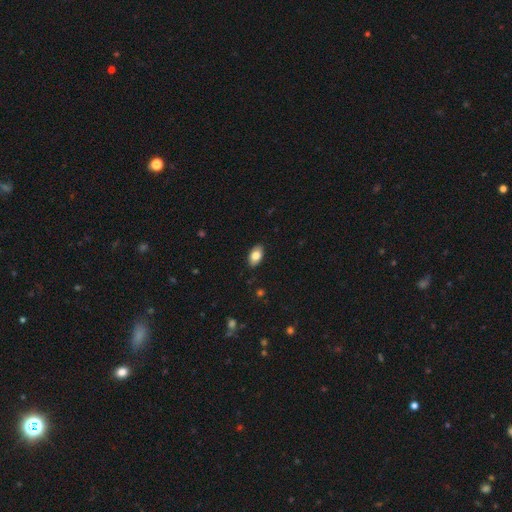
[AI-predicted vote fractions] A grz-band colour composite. It shows a smooth galaxy with no disk features (81%) that is in between round and cigar-shaped (93%). Merging: none (88%).